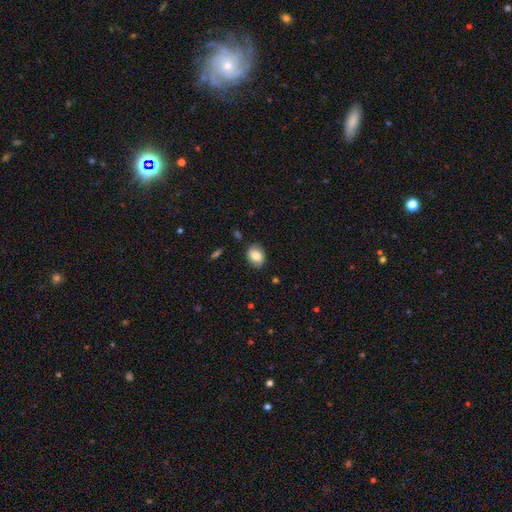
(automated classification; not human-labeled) A smooth galaxy with no disk features (81%) that is in between round and cigar-shaped (61%). Merging: none (83%).